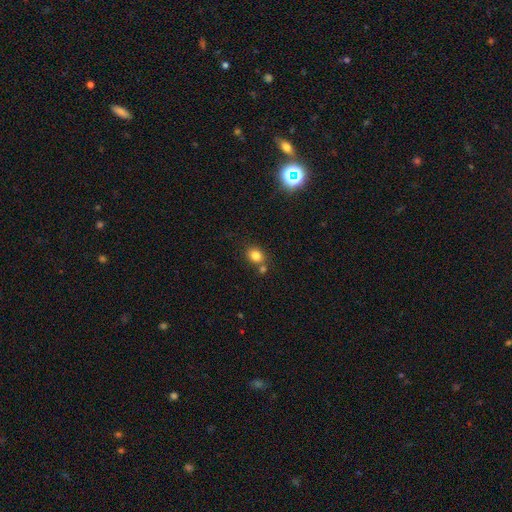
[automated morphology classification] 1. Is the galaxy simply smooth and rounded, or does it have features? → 81% smooth, 12% star or artifact, 7% featured or disk.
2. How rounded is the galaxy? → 61% round, 38% in between, 1% cigar-shaped.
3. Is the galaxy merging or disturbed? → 65% none, 21% merger, 11% minor disturbance, 3% major disturbance.